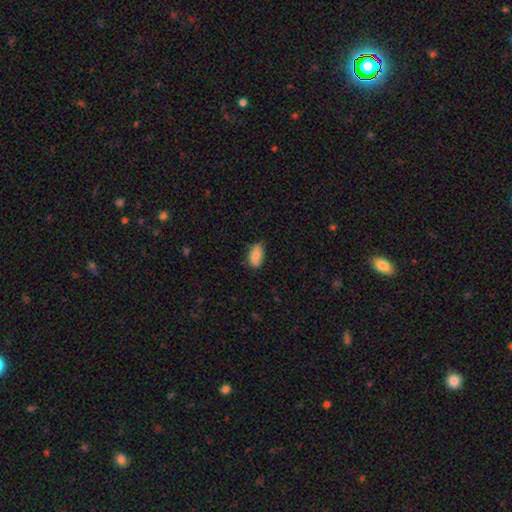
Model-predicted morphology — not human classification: smooth-or-featured: smooth: 84% | featured or disk: 9% | star or artifact: 7%
  how-rounded: in between: 93% | round: 4% | cigar-shaped: 3%
  merging: none: 76% | minor disturbance: 20% | major disturbance: 3% | merger: 1%